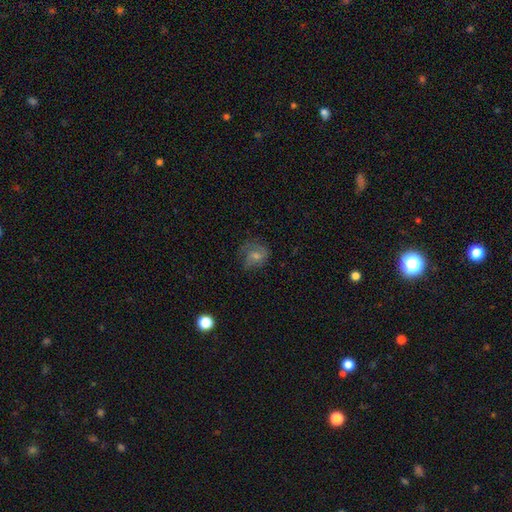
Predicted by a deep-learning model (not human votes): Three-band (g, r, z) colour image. It shows a featured or disk galaxy (48%). Merging: none (62%).